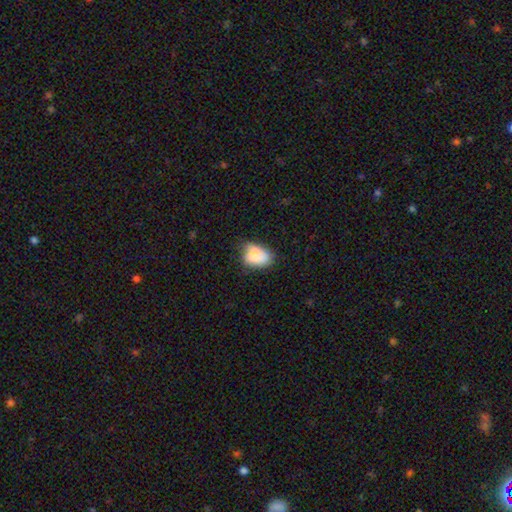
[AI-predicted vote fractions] smooth-or-featured: smooth: 71% | featured or disk: 20% | star or artifact: 8%
  how-rounded: in between: 84% | round: 14% | cigar-shaped: 2%
  merging: none: 42% | minor disturbance: 31% | merger: 17% | major disturbance: 10%